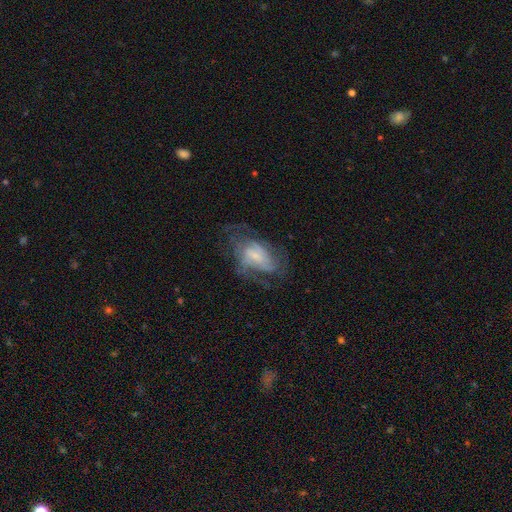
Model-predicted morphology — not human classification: A featured or disk galaxy (73%) with a weak bar (46%), medium (44%) spiral arms (84%) and a small central bulge (56%).

Vote fractions:
- Smooth or featured? featured or disk: 73% / smooth: 18% / star or artifact: 9%
- Edge-on disk? no: 96% / yes: 4%
- Bar? weak: 46% / no: 39% / strong: 15%
- Spiral arms? yes: 84% / no: 16%
- Spiral winding? medium: 44% / tight: 35% / loose: 21%
- Spiral arm count? can't tell: 41% / 2: 26% / 3: 15% / 4: 8% / 1: 5% / more than 4: 4%
- Bulge size? small: 56% / moderate: 22% / none: 15% / large: 5% / dominant: 1%
- Merging? none: 52% / major disturbance: 25% / minor disturbance: 21% / merger: 2%